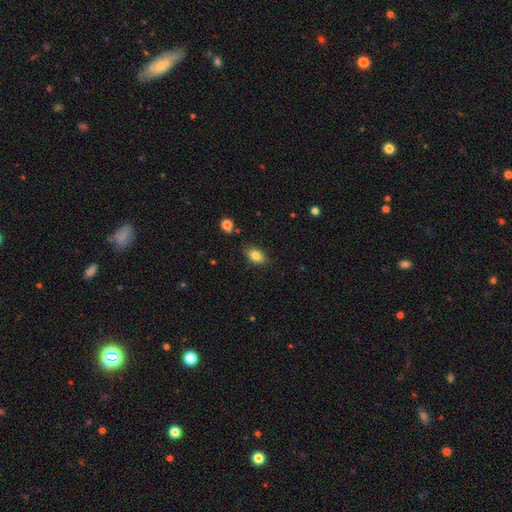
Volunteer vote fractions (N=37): Volunteers were most divided on "merging": none: 89%, minor disturbance: 11%, major disturbance: 0%, merger: 0%. More confident: how rounded — in between (91%); smooth or featured — smooth (86%).